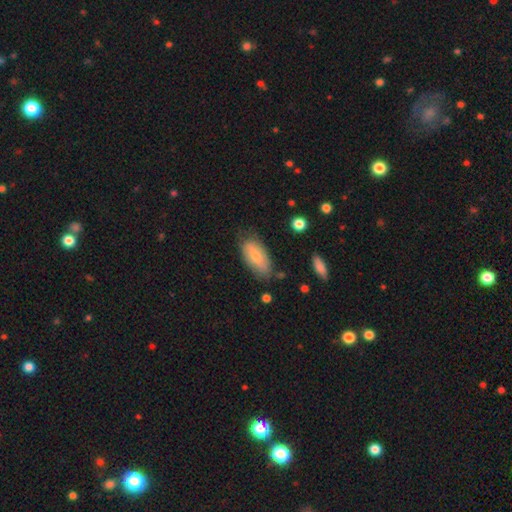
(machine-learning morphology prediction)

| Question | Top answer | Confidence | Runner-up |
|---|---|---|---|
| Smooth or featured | smooth | 74% | featured or disk (19%) |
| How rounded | in between | 90% | cigar-shaped (8%) |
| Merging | none | 68% | minor disturbance (24%) |